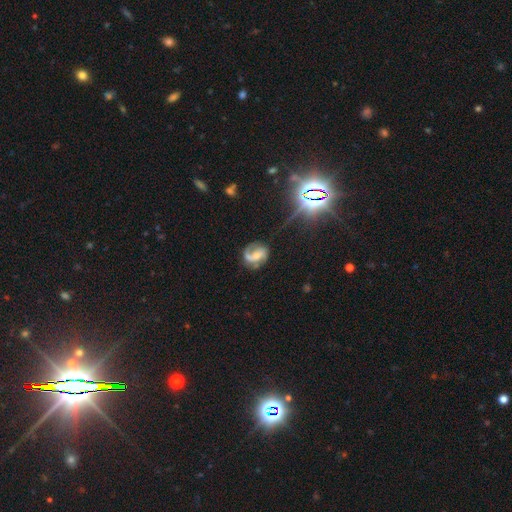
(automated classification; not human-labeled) Smooth or featured?
  - featured or disk: 75% *
  - smooth: 16%
  - star or artifact: 9%
Edge-on disk?
  - no: 98% *
  - yes: 2%
Bar?
  - no: 43% *
  - weak: 40%
  - strong: 18%
Spiral arms?
  - yes: 91% *
  - no: 9%
Spiral winding?
  - medium: 47% *
  - loose: 30%
  - tight: 23%
Spiral arm count?
  - 2: 73% *
  - 1: 16%
  - can't tell: 7%
  - 3: 2%
  - 4: 1%
  - more than 4: 1%
Bulge size?
  - small: 45% *
  - moderate: 41%
  - none: 10%
  - large: 4%
  - dominant: 1%
Merging?
  - none: 63% *
  - minor disturbance: 21%
  - major disturbance: 13%
  - merger: 3%